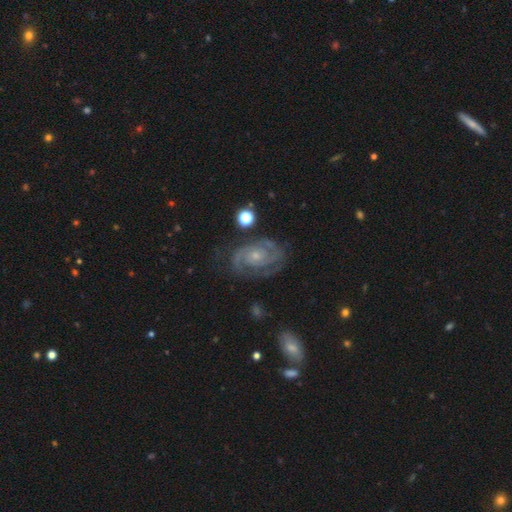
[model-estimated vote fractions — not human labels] Smooth or featured: featured or disk — 88% (smooth — 6%)
Edge-on disk: no — 97% (yes — 3%)
Bar: no — 72% (weak — 23%)
Spiral arms: yes — 96% (no — 4%)
Spiral winding: tight — 60% (medium — 33%)
Spiral arm count: 2 — 70% (can't tell — 11%)
Bulge size: small — 70% (moderate — 24%)
Merging: none — 73% (minor disturbance — 17%)